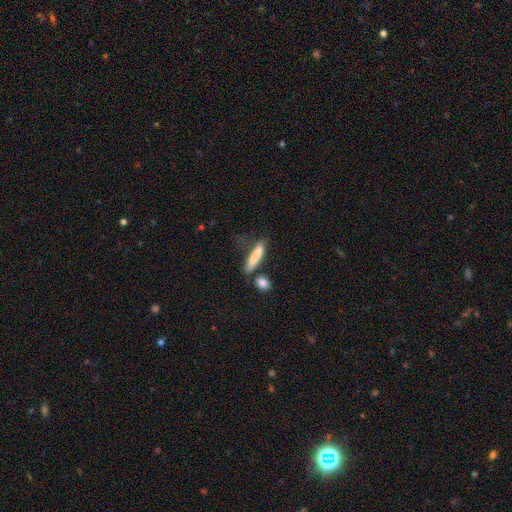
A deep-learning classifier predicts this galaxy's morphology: smooth_or_featured: smooth (p=0.79) [alt: featured or disk p=0.14]
how_rounded: cigar-shaped (p=0.75) [alt: in between p=0.22]
merging: none (p=0.47) [alt: minor disturbance p=0.24]